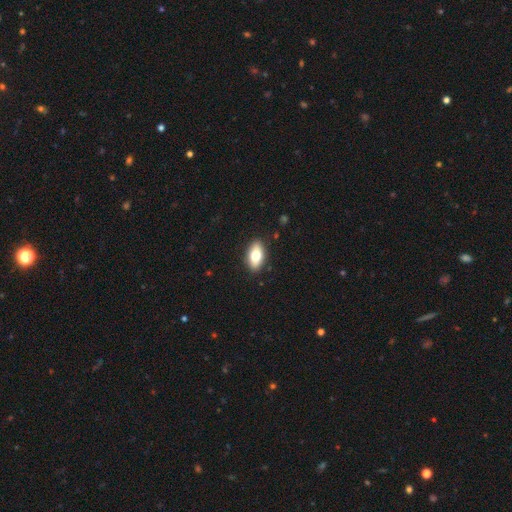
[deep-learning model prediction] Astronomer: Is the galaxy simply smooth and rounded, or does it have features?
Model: smooth — 72%.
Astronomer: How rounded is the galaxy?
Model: in between — 89%.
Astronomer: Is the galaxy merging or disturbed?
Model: none — 88%.